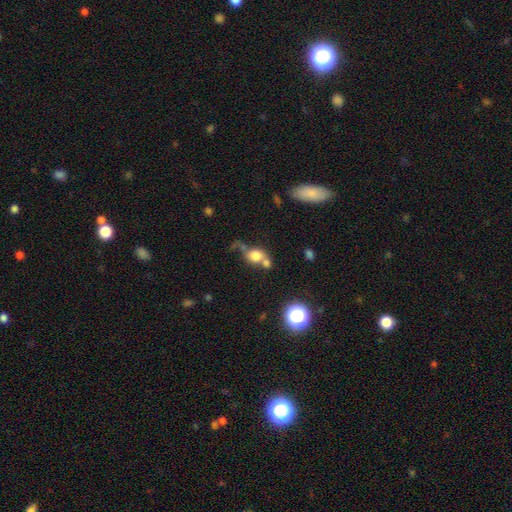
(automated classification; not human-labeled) This is likely a smooth galaxy (71%). How rounded: likely round (62%). Merging: marginally merger (44%).